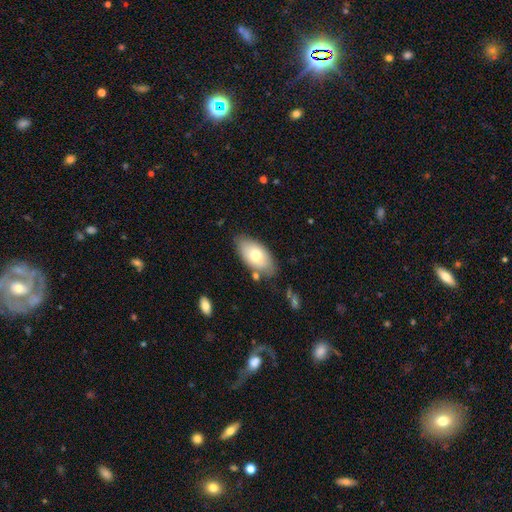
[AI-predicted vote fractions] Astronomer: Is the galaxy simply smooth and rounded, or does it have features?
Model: smooth — 66%.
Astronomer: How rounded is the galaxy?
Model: in between — 92%.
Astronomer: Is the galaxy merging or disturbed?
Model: none — 77%.